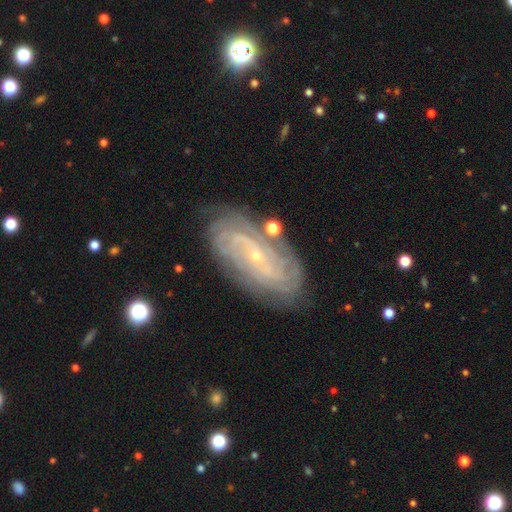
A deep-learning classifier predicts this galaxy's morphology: The model was most divided on "spiral arm count": can't tell: 42%, 2: 19%, 4: 13%, 3: 11%, more than 4: 9%, 1: 6%. More confident: edge-on disk — no (93%); spiral arms — yes (92%); bulge size — small (86%); smooth or featured — featured or disk (83%); merging — none (80%); spiral winding — tight (73%); bar — no (60%).